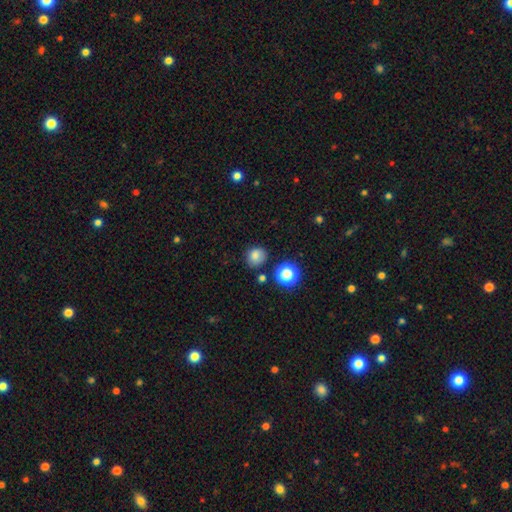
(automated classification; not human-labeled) Smooth or featured?
  - smooth: 80% *
  - star or artifact: 14%
  - featured or disk: 6%
How rounded?
  - round: 79% *
  - in between: 21%
  - cigar-shaped: 1%
Merging?
  - none: 78% *
  - minor disturbance: 14%
  - merger: 5%
  - major disturbance: 4%